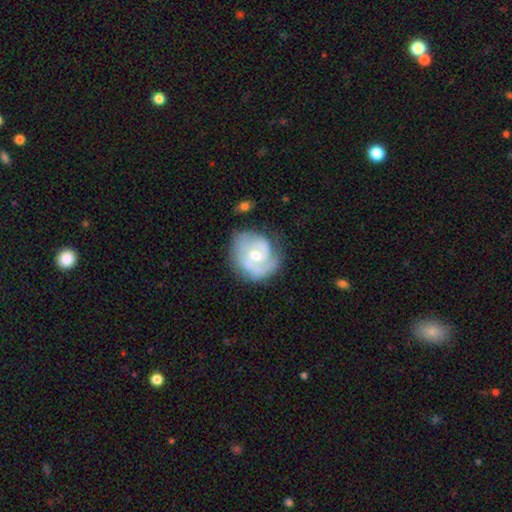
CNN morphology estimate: Smooth or featured? featured or disk (79%)
Edge-on disk? no (98%)
Bar? no (58%)
Spiral arms? yes (90%)
Spiral winding? tight (52%)
Spiral arm count? 2 (48%)
Bulge size? moderate (58%)
Merging? none (64%)